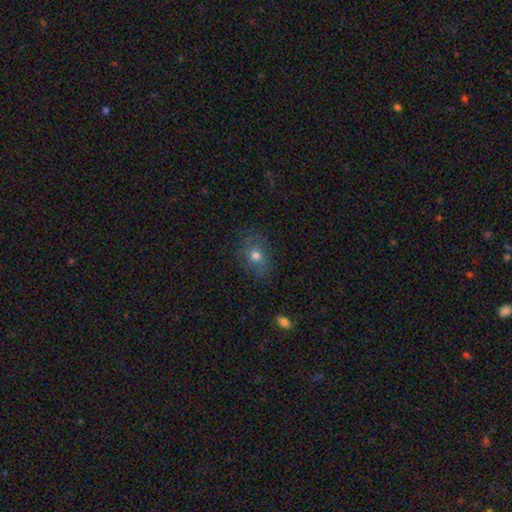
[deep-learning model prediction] The model was most divided on "how rounded": in between: 50%, round: 48%, cigar-shaped: 2%. More confident: merging — none (71%); smooth or featured — smooth (53%).